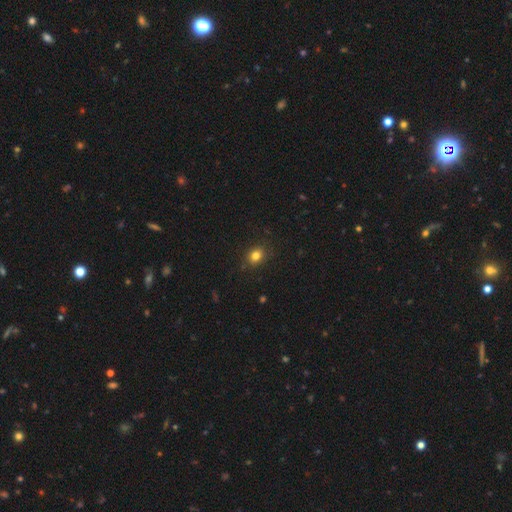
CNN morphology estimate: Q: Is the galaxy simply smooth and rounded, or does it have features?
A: smooth — 81%.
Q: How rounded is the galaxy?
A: round — 59%.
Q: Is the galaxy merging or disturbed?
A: none — 87%.